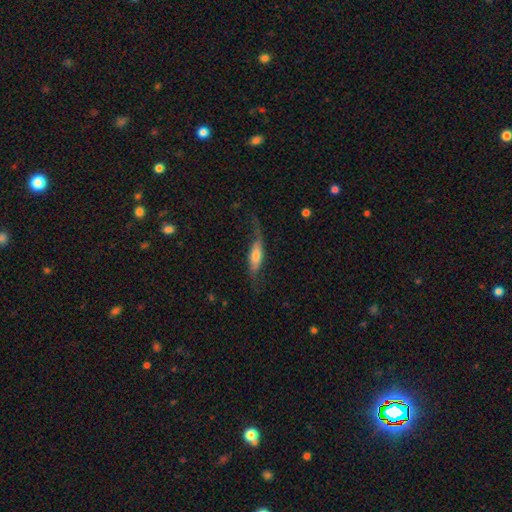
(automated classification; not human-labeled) This is possibly a featured or disk galaxy (47%, tied with smooth). Merging: possibly none (48%).